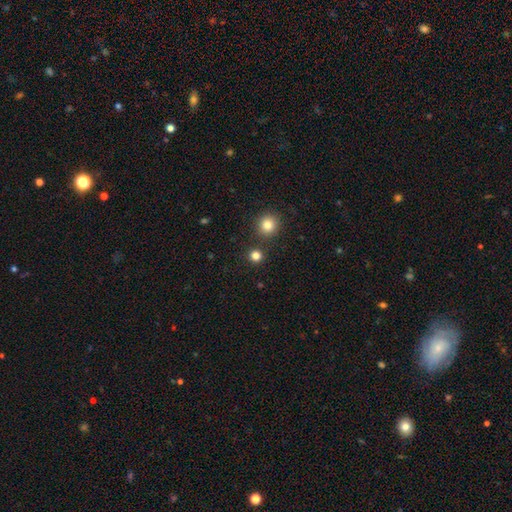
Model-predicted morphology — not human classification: type=smooth (81%); roundness=round (92%); merging=none (86%).